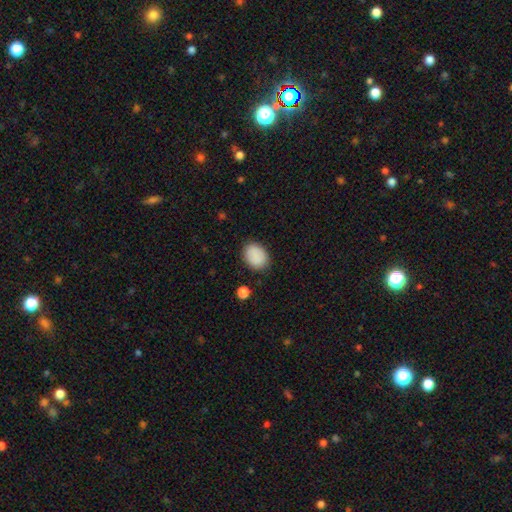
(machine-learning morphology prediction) A smooth galaxy with no disk features (88%) that is in between round and cigar-shaped (65%).

Vote fractions:
- Smooth or featured? smooth: 88% / star or artifact: 8% / featured or disk: 4%
- How rounded? in between: 65% / round: 34% / cigar-shaped: 1%
- Merging? none: 85% / minor disturbance: 11% / major disturbance: 3% / merger: 1%